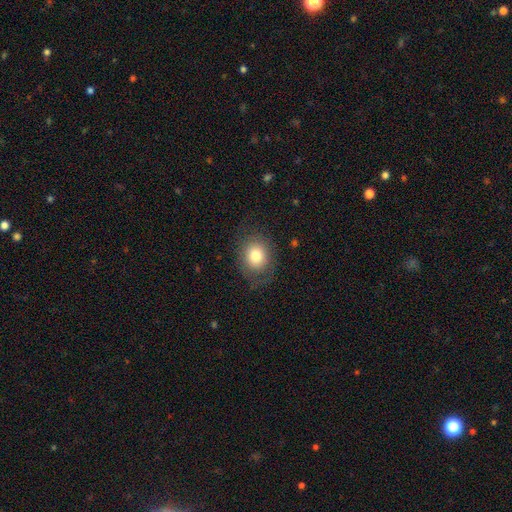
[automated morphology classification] smooth_or_featured: smooth (p=0.76) [alt: featured or disk p=0.14]
how_rounded: round (p=0.54) [alt: in between p=0.45]
merging: none (p=0.74) [alt: minor disturbance p=0.16]